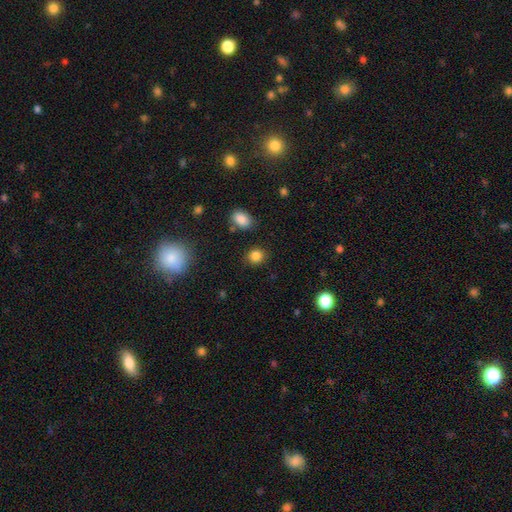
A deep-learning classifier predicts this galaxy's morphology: The model was most divided on "how rounded": round: 79%, in between: 20%, cigar-shaped: 1%. More confident: merging — none (86%); smooth or featured — smooth (84%).